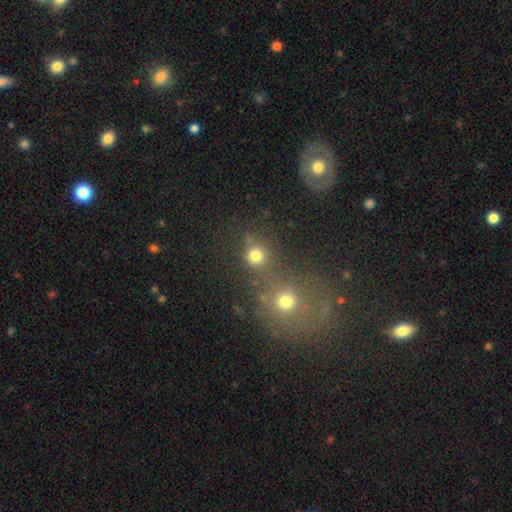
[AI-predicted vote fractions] Overall: smooth (77%). How rounded: round (89%). Merging: none (57%; merger 31%).